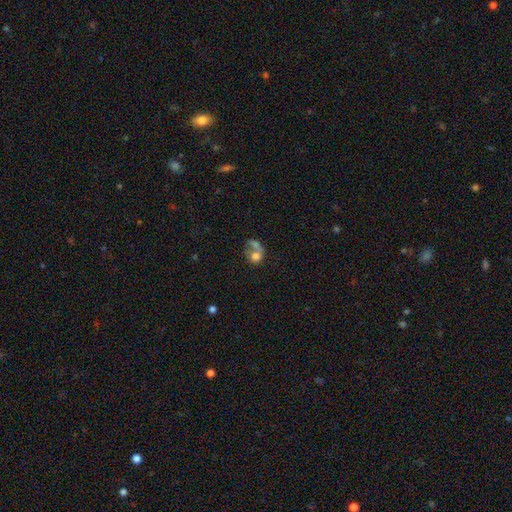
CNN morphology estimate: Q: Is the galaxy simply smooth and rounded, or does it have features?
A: smooth — 61%.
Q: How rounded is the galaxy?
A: round — 58%.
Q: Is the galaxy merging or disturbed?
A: merger — 57%.